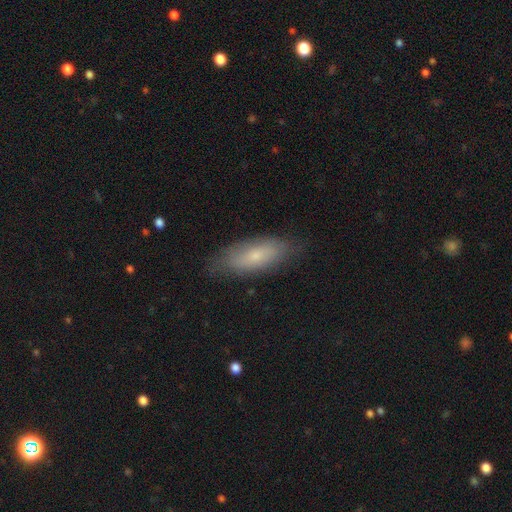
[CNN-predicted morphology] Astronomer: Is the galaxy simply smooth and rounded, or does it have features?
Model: smooth — 67%.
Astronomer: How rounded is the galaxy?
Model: in between — 71%.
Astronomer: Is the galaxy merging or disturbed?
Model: none — 78%.